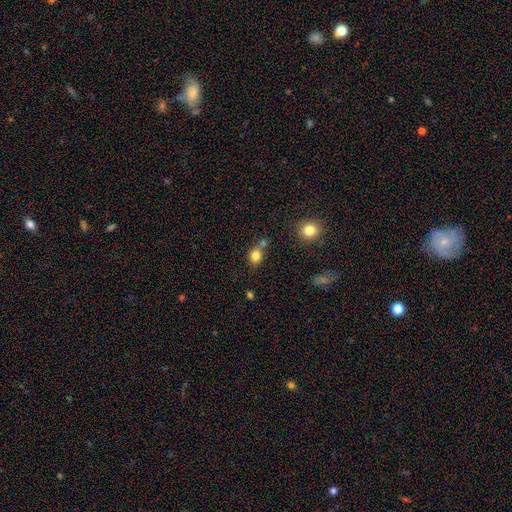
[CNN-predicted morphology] Smooth or featured? smooth (82%)
How rounded? round (62%)
Merging? none (62%)